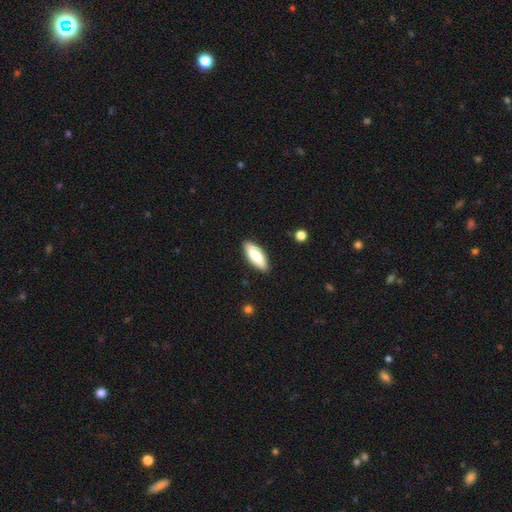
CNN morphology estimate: Smooth or featured? smooth (82%)
How rounded? in between (67%)
Merging? none (88%)